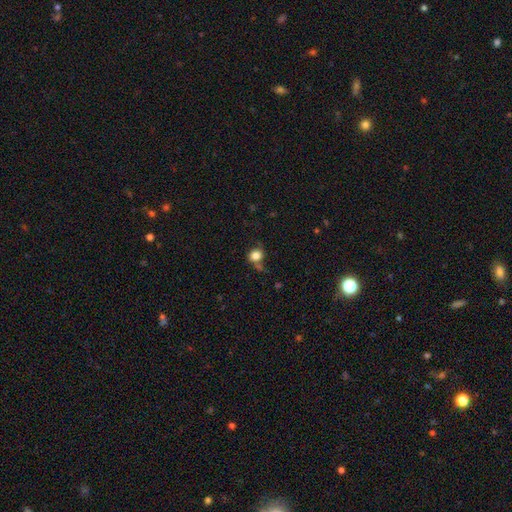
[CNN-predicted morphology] Smooth or featured: smooth — 81% (star or artifact — 11%)
How rounded: round — 75% (in between — 24%)
Merging: none — 57% (minor disturbance — 22%)